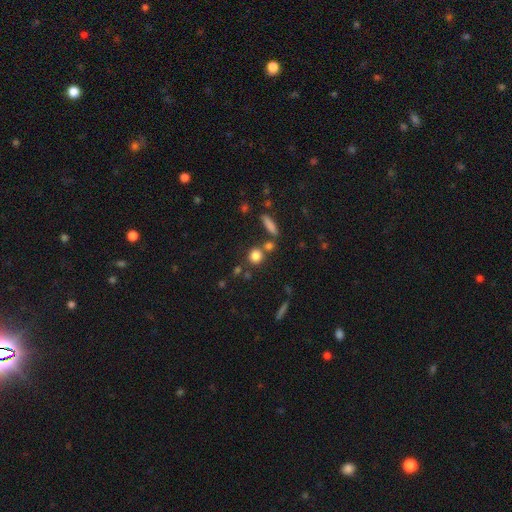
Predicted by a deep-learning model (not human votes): Smooth or featured?
  - smooth: 81% *
  - star or artifact: 12%
  - featured or disk: 7%
How rounded?
  - round: 82% *
  - in between: 14%
  - cigar-shaped: 4%
Merging?
  - none: 70% *
  - merger: 17%
  - minor disturbance: 9%
  - major disturbance: 4%